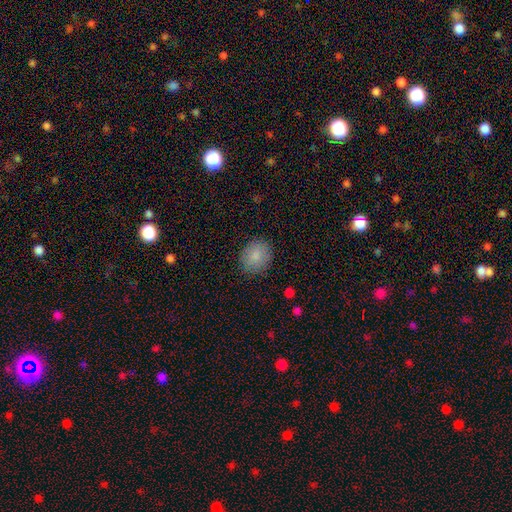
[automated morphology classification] Overall: smooth (86%). How rounded: round (55%; in between 44%). Merging: none (86%).